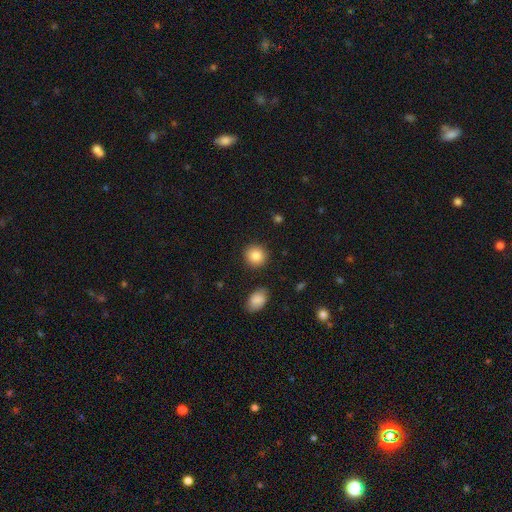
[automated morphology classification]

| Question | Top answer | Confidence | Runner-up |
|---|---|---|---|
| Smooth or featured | smooth | 87% | star or artifact (8%) |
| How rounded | round | 88% | in between (11%) |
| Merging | none | 89% | minor disturbance (7%) |